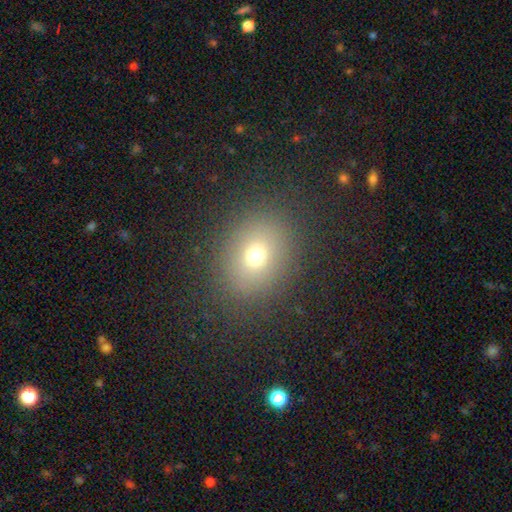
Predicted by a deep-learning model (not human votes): Smooth or featured? smooth (69%)
How rounded? round (58%)
Merging? none (83%)